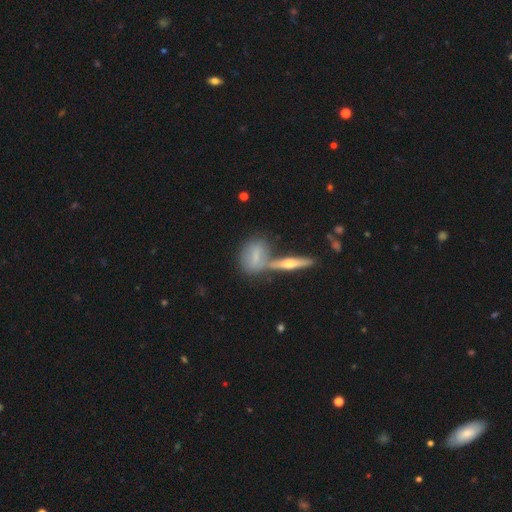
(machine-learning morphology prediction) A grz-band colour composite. It shows a smooth galaxy with no disk features (51%) that is in between round and cigar-shaped (55%). Merging: none (49%).